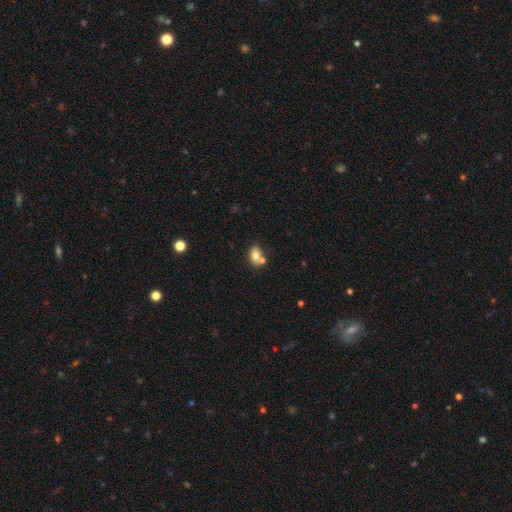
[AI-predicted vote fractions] Morphology: type=smooth (74%); roundness=in between (68%); merging=none (51%).